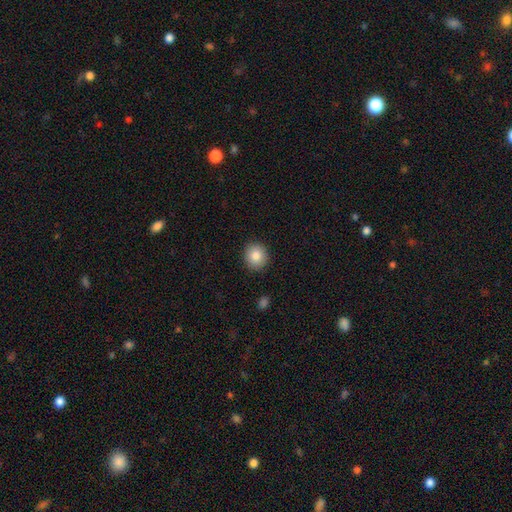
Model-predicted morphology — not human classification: Smooth or featured? Predicted: smooth (p=0.85). How rounded? Predicted: round (p=0.87). Merging? Predicted: none (p=0.91).